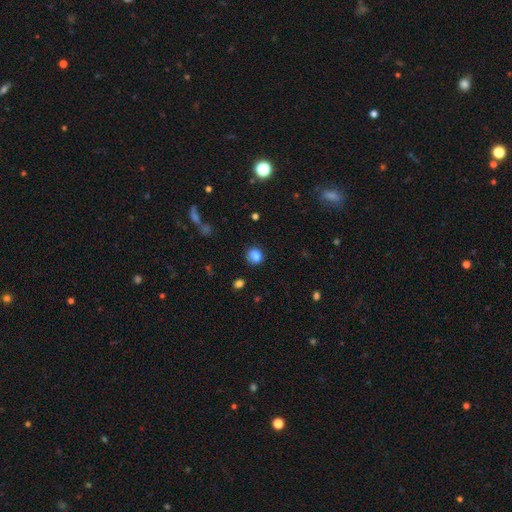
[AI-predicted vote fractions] smooth_or_featured: smooth (p=0.82) [alt: star or artifact p=0.12]
how_rounded: round (p=0.60) [alt: in between p=0.39]
merging: none (p=0.77) [alt: minor disturbance p=0.14]